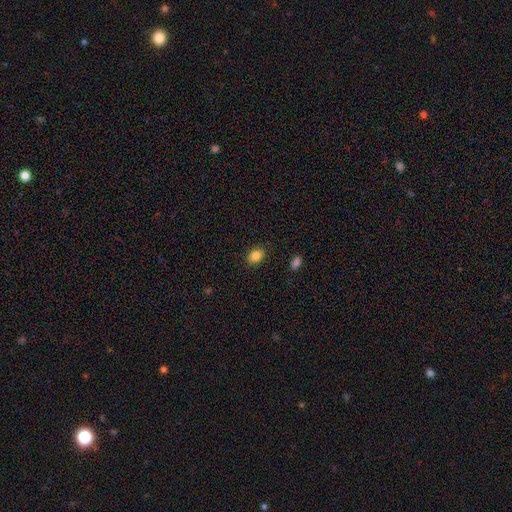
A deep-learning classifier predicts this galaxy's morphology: Smooth or featured: smooth — 85% (star or artifact — 10%)
How rounded: in between — 60% (round — 39%)
Merging: none — 87% (minor disturbance — 10%)